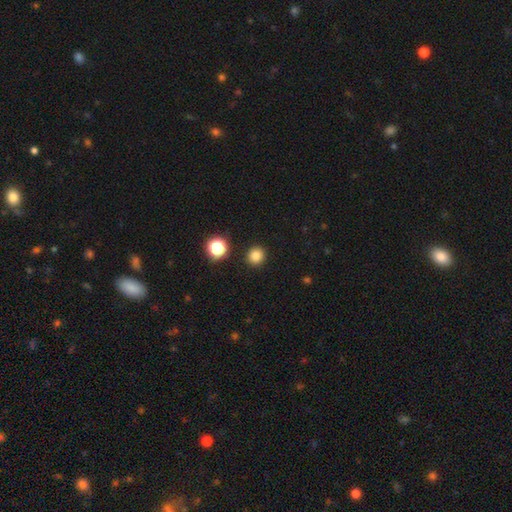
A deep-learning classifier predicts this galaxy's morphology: Smooth or featured? smooth (83%)
How rounded? round (92%)
Merging? none (91%)